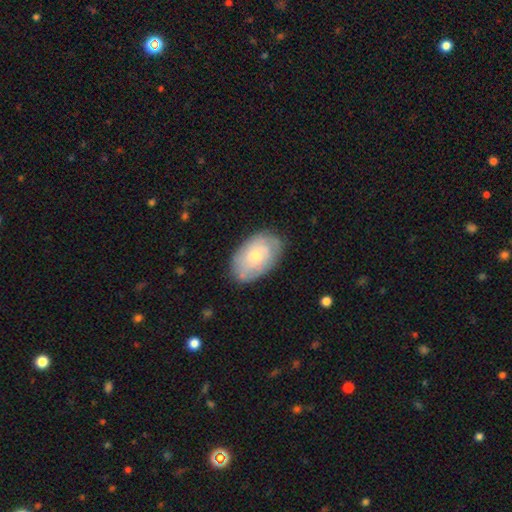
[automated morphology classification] Overall: smooth (51%; featured or disk 43%). How rounded: in between (90%). Merging: none (75%).